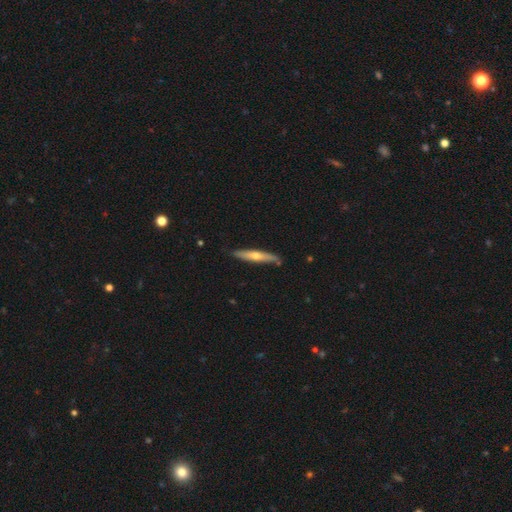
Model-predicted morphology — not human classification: smooth-or-featured: featured or disk: 50% | smooth: 45% | star or artifact: 5%
  merging: none: 83% | minor disturbance: 12% | merger: 2% | major disturbance: 2%